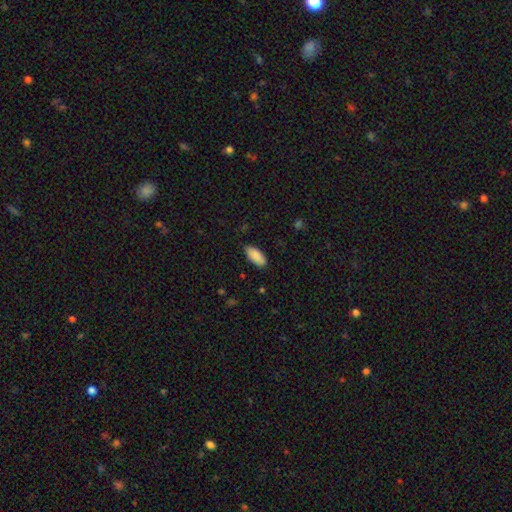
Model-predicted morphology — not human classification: A smooth galaxy with no disk features (89%) that is in between round and cigar-shaped (90%).

Vote fractions:
- Smooth or featured? smooth: 89% / star or artifact: 6% / featured or disk: 4%
- How rounded? in between: 90% / cigar-shaped: 9% / round: 2%
- Merging? none: 84% / minor disturbance: 13% / major disturbance: 2% / merger: 1%